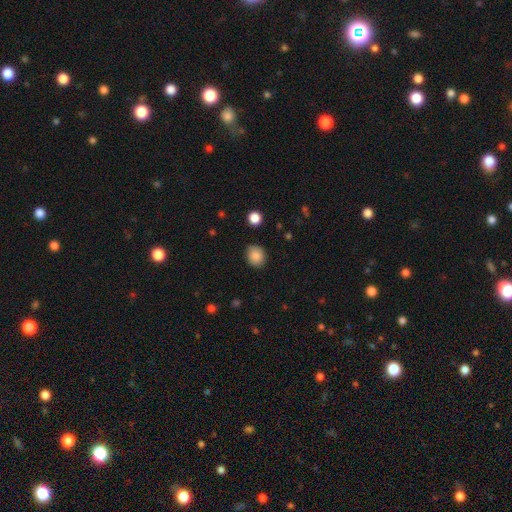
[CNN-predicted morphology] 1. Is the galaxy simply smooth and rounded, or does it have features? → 87% smooth, 9% star or artifact, 4% featured or disk.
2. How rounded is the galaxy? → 65% round, 34% in between, 1% cigar-shaped.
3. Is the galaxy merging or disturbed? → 86% none, 10% minor disturbance, 3% major disturbance, 1% merger.